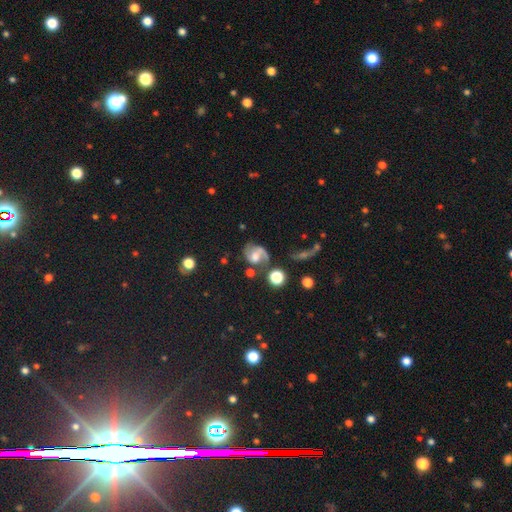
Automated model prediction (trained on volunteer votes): Smooth or featured? Predicted: featured or disk (p=0.66). Edge-on disk? Predicted: no (p=0.97). Bar? Predicted: no (p=0.58). Spiral arms? Predicted: yes (p=0.88). Spiral winding? Predicted: medium (p=0.45). Spiral arm count? Predicted: 2 (p=0.69). Bulge size? Predicted: moderate (p=0.40). Merging? Predicted: none (p=0.44).